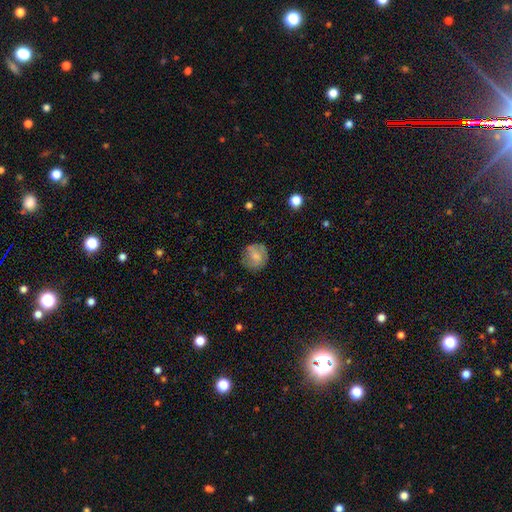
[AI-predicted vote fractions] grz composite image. It shows a smooth galaxy with no disk features (67%) that is round (87%). Merging: none (75%).